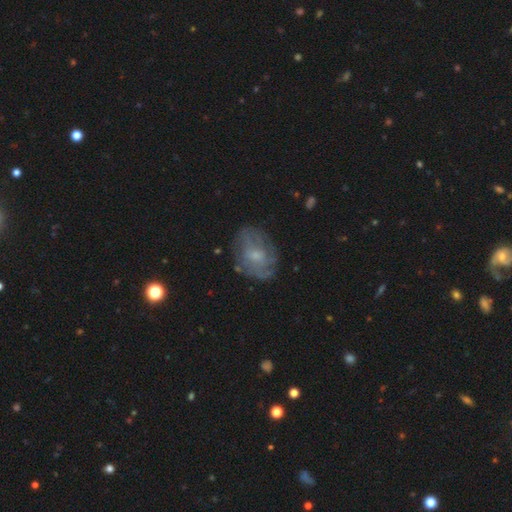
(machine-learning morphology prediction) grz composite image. It shows a featured or disk galaxy (58%) with no bar (66%), spiral arms (54%) and a small central bulge (52%). Merging: none (67%).